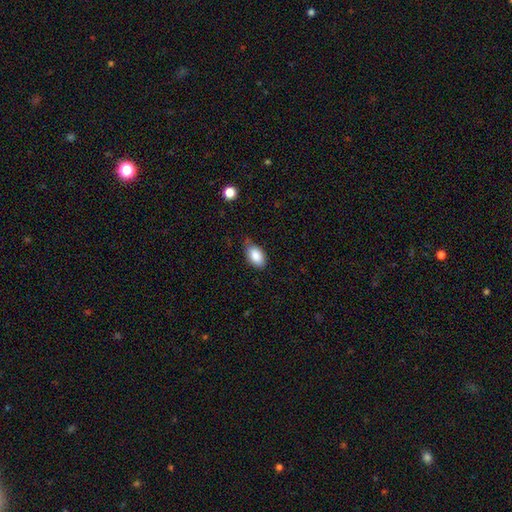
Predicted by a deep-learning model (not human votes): A smooth galaxy with no disk features (86%) that is in between round and cigar-shaped (93%).

Vote fractions:
- Smooth or featured? smooth: 86% / star or artifact: 7% / featured or disk: 7%
- How rounded? in between: 93% / round: 5% / cigar-shaped: 2%
- Merging? none: 64% / minor disturbance: 29% / major disturbance: 5% / merger: 2%